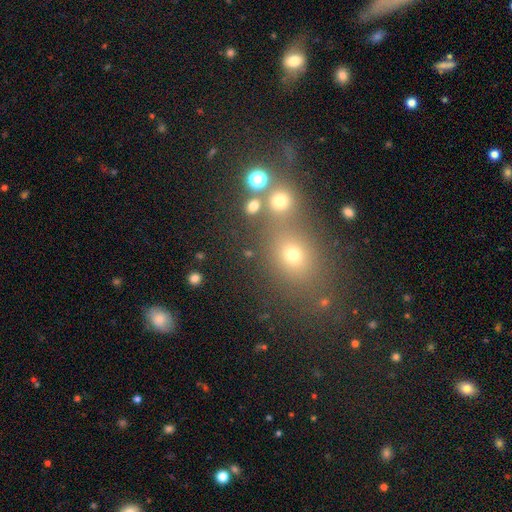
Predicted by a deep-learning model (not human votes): The model was most divided on "smooth or featured": smooth: 50%, star or artifact: 36%, featured or disk: 13%. More confident: how rounded — round (64%); merging — none (63%).